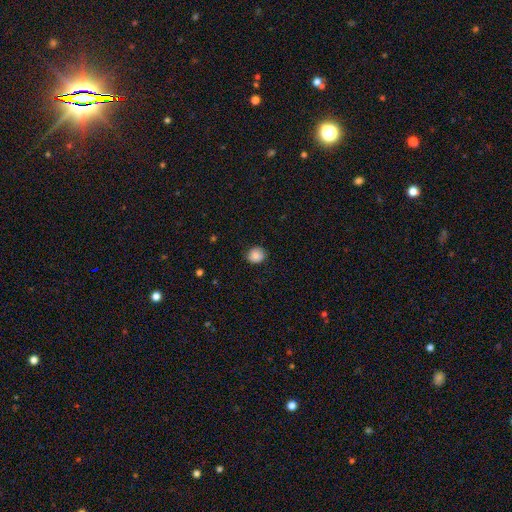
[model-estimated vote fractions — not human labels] smooth 84%, star or artifact 9%, featured or disk 7%. Down the decision tree: how rounded — round (80%); merging — none (84%).